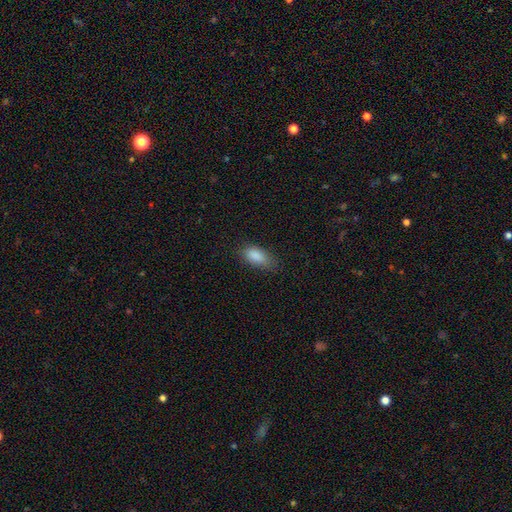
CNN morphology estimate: type=smooth (87%); roundness=in between (90%); merging=none (69%).